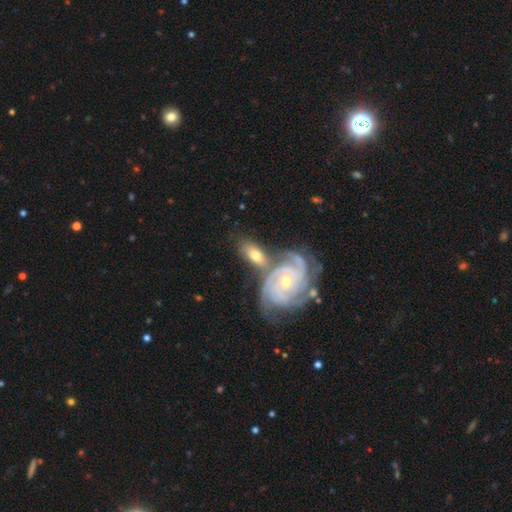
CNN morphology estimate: smooth_or_featured: featured or disk (p=0.68) [alt: smooth p=0.26]
disk_edge_on: no (p=0.93) [alt: yes p=0.07]
bar: no (p=0.66) [alt: weak p=0.25]
has_spiral_arms: yes (p=0.94) [alt: no p=0.06]
spiral_winding: tight (p=0.67) [alt: medium p=0.27]
spiral_arm_count: 3 (p=0.36) [alt: 4 p=0.25]
bulge_size: small (p=0.57) [alt: moderate p=0.38]
merging: none (p=0.46) [alt: merger p=0.30]